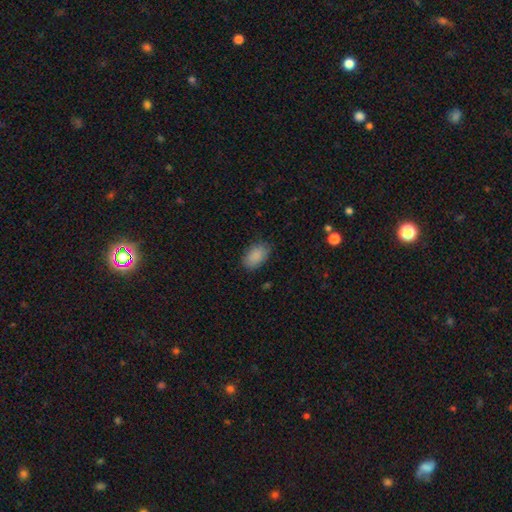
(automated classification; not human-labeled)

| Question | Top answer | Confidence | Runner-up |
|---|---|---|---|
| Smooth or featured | smooth | 88% | star or artifact (7%) |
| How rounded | in between | 89% | round (9%) |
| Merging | none | 81% | minor disturbance (15%) |